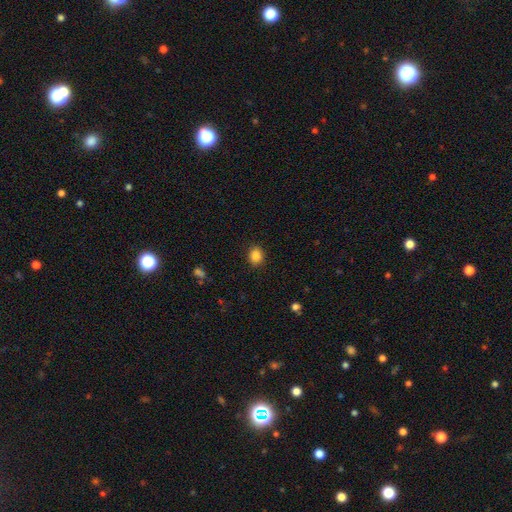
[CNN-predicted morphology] A smooth galaxy with no disk features (86%) that is round (58%).

Vote fractions:
- Smooth or featured? smooth: 86% / star or artifact: 10% / featured or disk: 4%
- How rounded? round: 58% / in between: 41% / cigar-shaped: 1%
- Merging? none: 89% / minor disturbance: 8% / major disturbance: 2% / merger: 1%